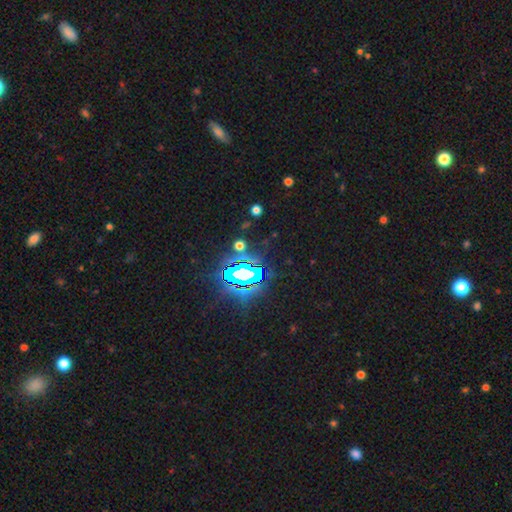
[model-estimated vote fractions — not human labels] The model was most divided on "smooth or featured": star or artifact: 82%, smooth: 11%, featured or disk: 7%.